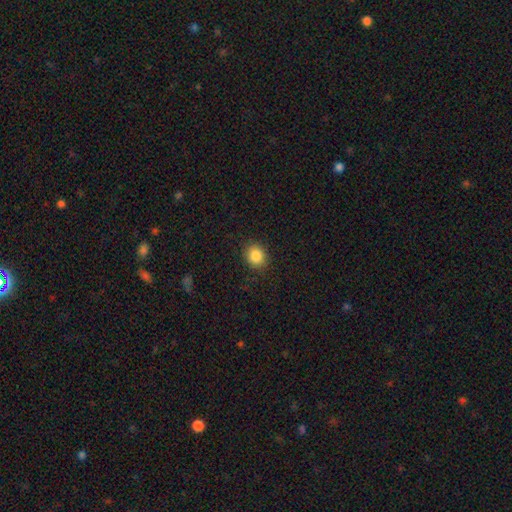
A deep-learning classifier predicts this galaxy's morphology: smooth-or-featured: smooth: 86% | star or artifact: 10% | featured or disk: 4%
  how-rounded: round: 75% | in between: 24% | cigar-shaped: 1%
  merging: none: 89% | minor disturbance: 8% | major disturbance: 2% | merger: 1%